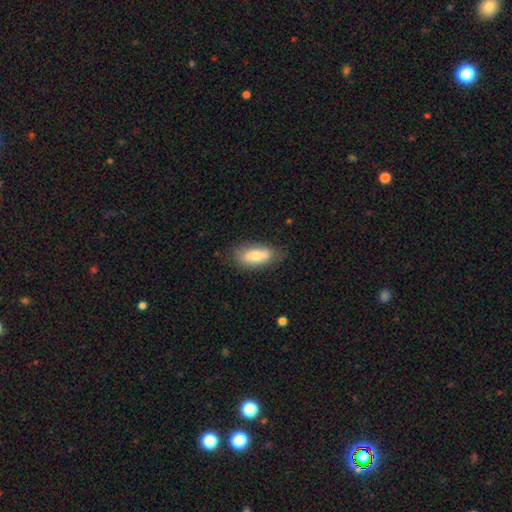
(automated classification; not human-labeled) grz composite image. It shows a smooth galaxy with no disk features (73%) that is in between round and cigar-shaped (86%). Merging: none (71%).